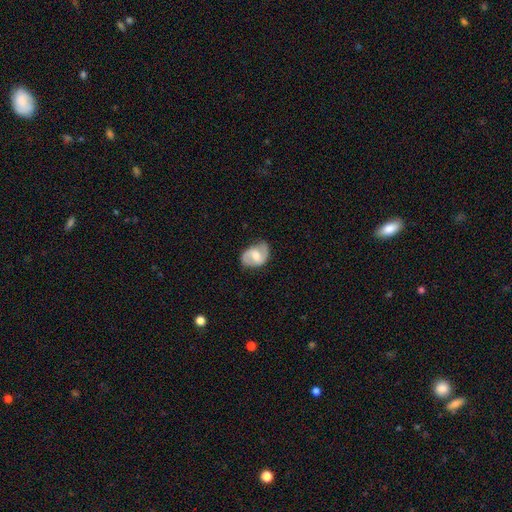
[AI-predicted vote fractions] Overall: featured or disk (69%). Edge-on disk: no (97%). Bar: weak (51%; no 31%). Spiral arms: yes (88%). Spiral arm count: 2 (87%). Spiral winding: medium (50%; loose 26%). Bulge size: moderate (62%; small 23%). Merging: none (73%).